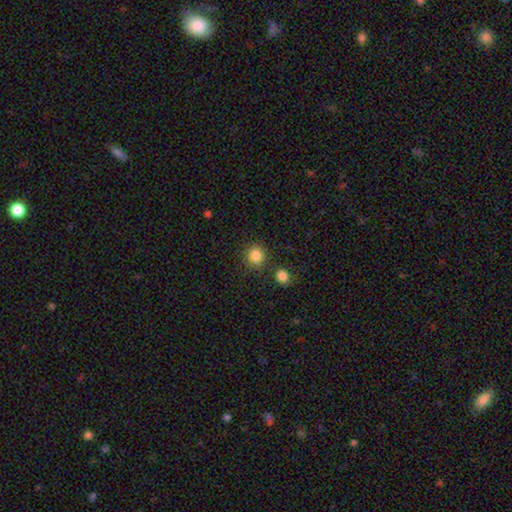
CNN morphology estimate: smooth 85%, star or artifact 11%, featured or disk 4%. Down the decision tree: how rounded — round (93%); merging — none (83%).